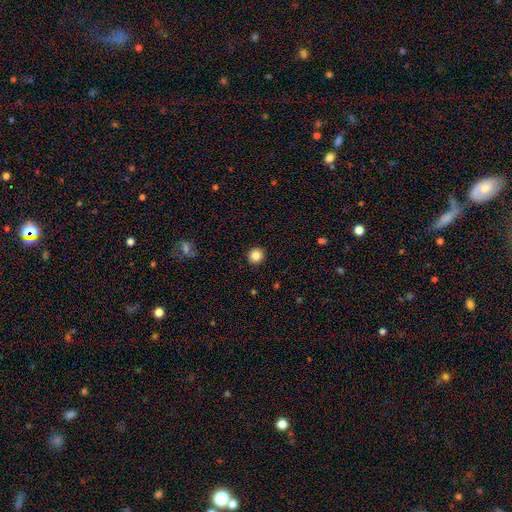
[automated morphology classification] Q: Smooth or featured?
A: smooth (85%); runner-up: star or artifact (10%)
Q: How rounded?
A: round (94%); runner-up: in between (5%)
Q: Merging?
A: none (93%); runner-up: minor disturbance (4%)